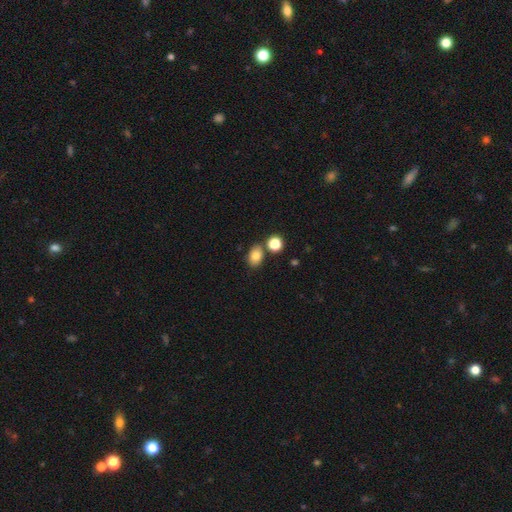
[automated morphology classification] This appears to be a smooth galaxy with no disk features (82%) that is in between round and cigar-shaped (74%). Merging: none (76%).